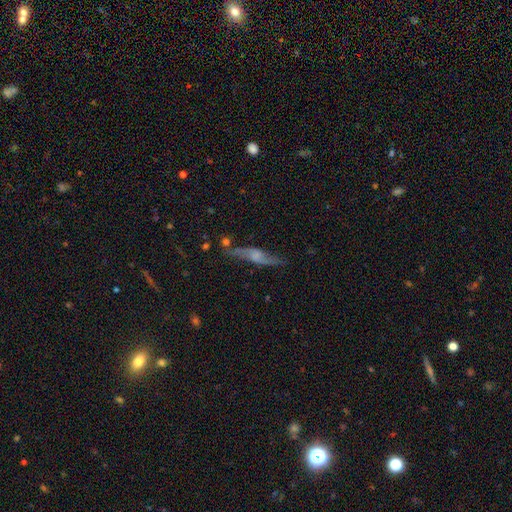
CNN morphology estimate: Smooth or featured? featured or disk (63%)
Edge-on disk? yes (57%)
Merging? none (67%)